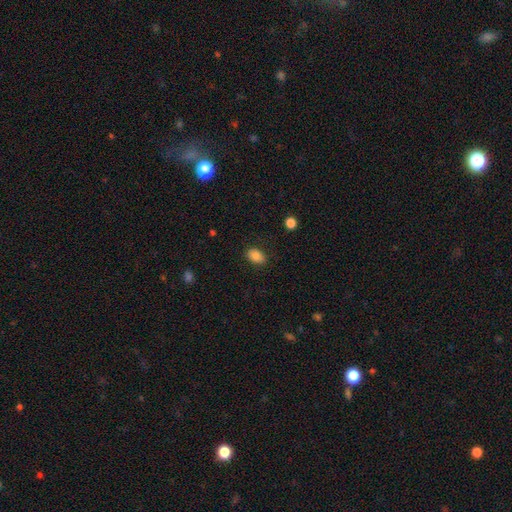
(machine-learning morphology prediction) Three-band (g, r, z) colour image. It shows a smooth galaxy with no disk features (85%) that is in between round and cigar-shaped (83%). Merging: none (85%).